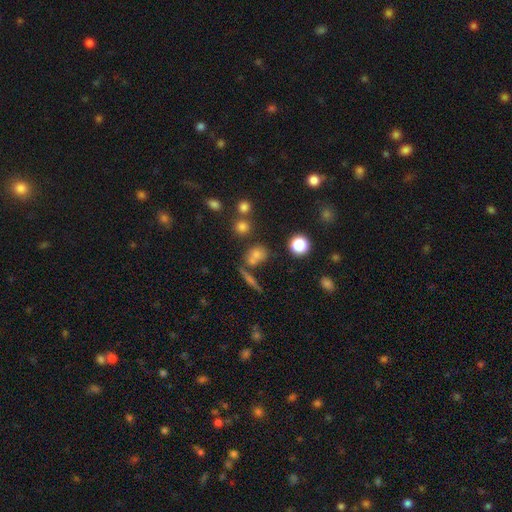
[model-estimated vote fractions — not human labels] This appears to be a smooth galaxy with no disk features (69%) that is round (58%). Merging: none (58%).